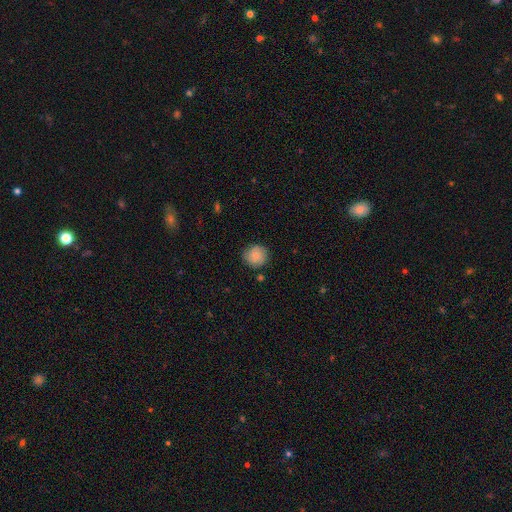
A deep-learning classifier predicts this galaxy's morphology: Smooth or featured? smooth (80%)
How rounded? round (90%)
Merging? none (82%)